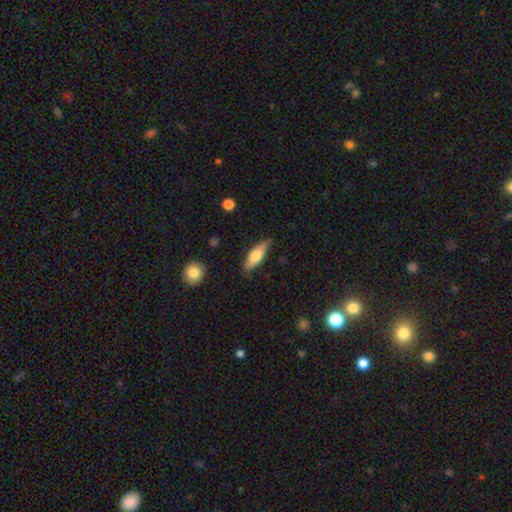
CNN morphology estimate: A smooth galaxy with no disk features (70%) that is in between round and cigar-shaped (63%).

Vote fractions:
- Smooth or featured? smooth: 70% / featured or disk: 24% / star or artifact: 6%
- How rounded? in between: 63% / cigar-shaped: 35% / round: 2%
- Merging? none: 74% / minor disturbance: 20% / major disturbance: 3% / merger: 2%